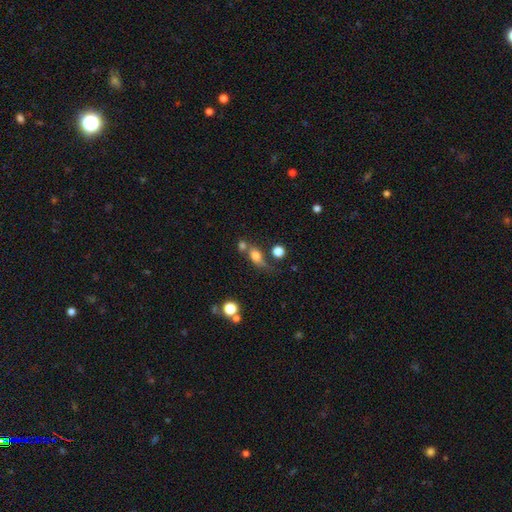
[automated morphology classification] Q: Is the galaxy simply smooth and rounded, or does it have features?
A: smooth — 73%.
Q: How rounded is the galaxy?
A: in between — 62%.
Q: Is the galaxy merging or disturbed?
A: none — 42%.